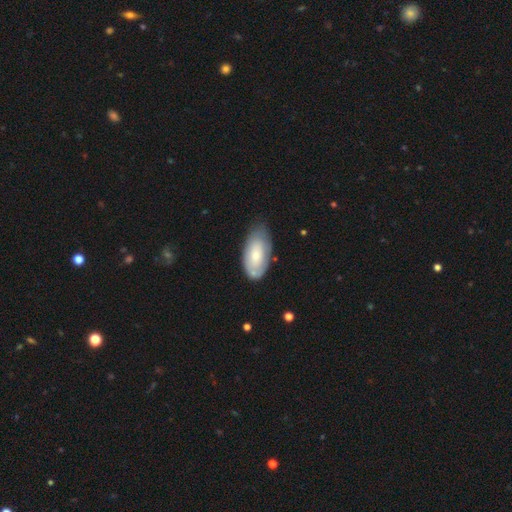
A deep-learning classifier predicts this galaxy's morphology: A smooth galaxy with no disk features (62%) that is in between round and cigar-shaped (94%).

Vote fractions:
- Smooth or featured? smooth: 62% / featured or disk: 32% / star or artifact: 6%
- How rounded? in between: 94% / cigar-shaped: 4% / round: 2%
- Merging? none: 62% / minor disturbance: 28% / major disturbance: 7% / merger: 3%